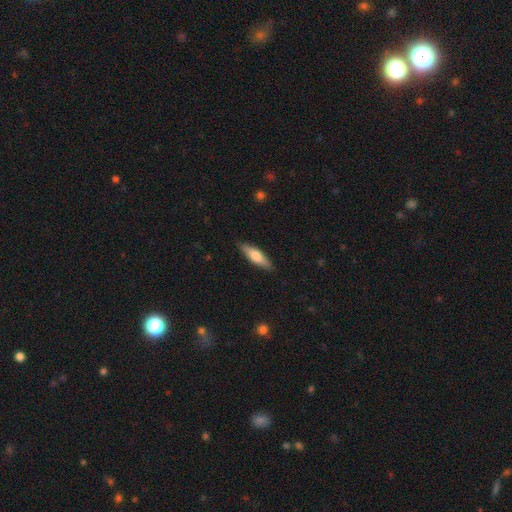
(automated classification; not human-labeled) Smooth or featured: smooth — 68% (featured or disk — 26%)
How rounded: cigar-shaped — 56% (in between — 42%)
Merging: none — 88% (minor disturbance — 9%)